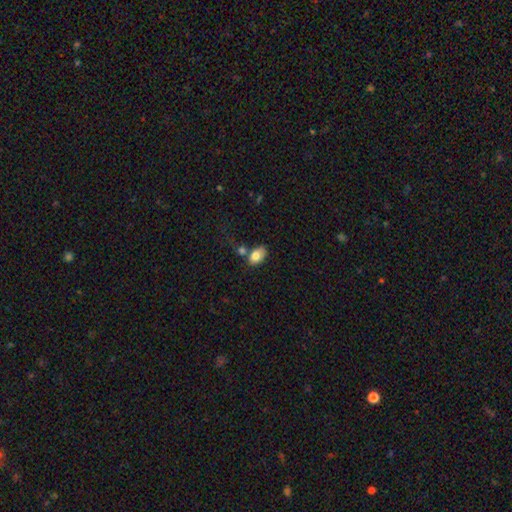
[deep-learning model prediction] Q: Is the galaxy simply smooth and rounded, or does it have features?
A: smooth — 81%.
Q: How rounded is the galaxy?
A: in between — 88%.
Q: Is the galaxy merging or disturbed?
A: none — 54%.